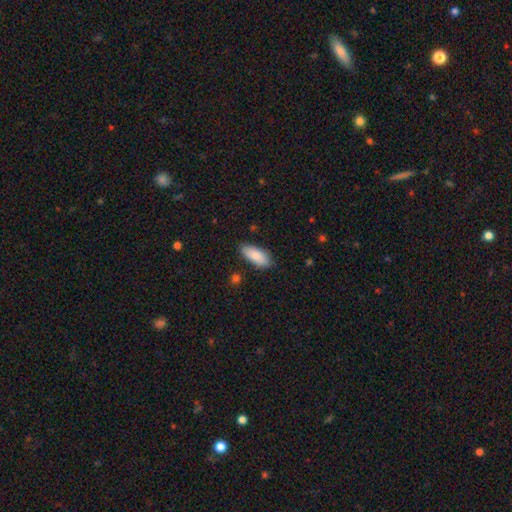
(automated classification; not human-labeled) Smooth or featured? Predicted: smooth (p=0.86). How rounded? Predicted: in between (p=0.82). Merging? Predicted: none (p=0.82).